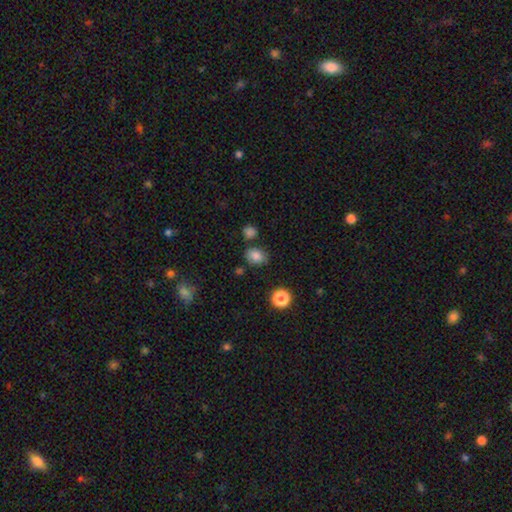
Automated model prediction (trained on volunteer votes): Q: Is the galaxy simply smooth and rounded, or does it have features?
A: smooth — 82%.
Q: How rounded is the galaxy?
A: in between — 63%.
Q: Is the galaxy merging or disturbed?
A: none — 74%.